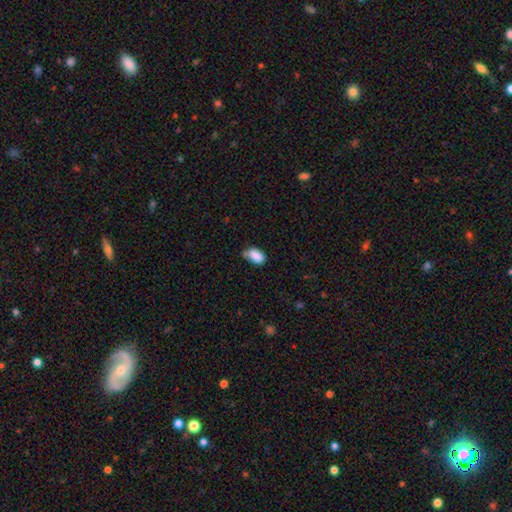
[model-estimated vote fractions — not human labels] Smooth or featured?
  - smooth: 87% *
  - star or artifact: 8%
  - featured or disk: 5%
How rounded?
  - in between: 92% *
  - round: 6%
  - cigar-shaped: 2%
Merging?
  - none: 61% *
  - minor disturbance: 26%
  - merger: 8%
  - major disturbance: 5%